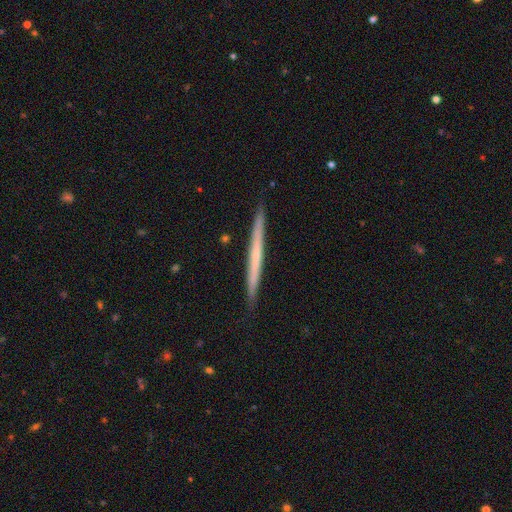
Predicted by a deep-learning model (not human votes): This is possibly a featured or disk galaxy (51%). It is clearly viewed edge-on (97%). Merging: clearly none (91%).